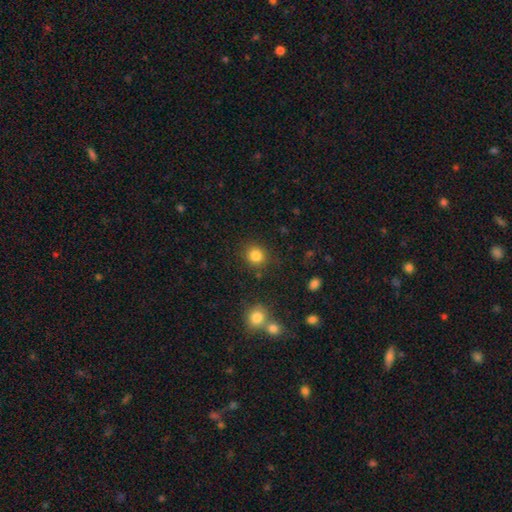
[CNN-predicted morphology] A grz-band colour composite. It shows a smooth galaxy with no disk features (84%) that is round (87%). Merging: none (84%).